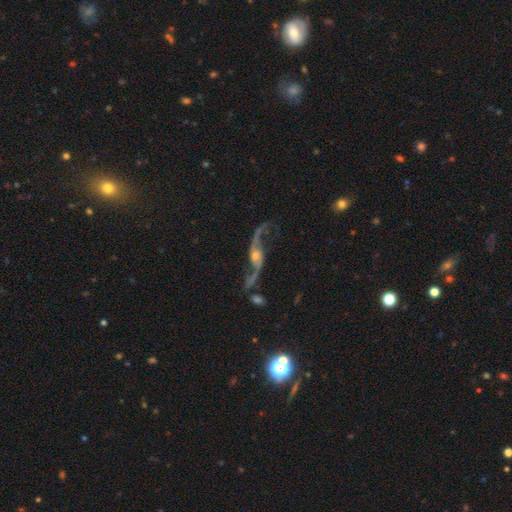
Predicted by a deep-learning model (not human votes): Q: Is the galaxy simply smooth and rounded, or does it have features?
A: featured or disk — 84%.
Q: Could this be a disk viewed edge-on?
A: no — 83%.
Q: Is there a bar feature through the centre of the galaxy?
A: no — 56%.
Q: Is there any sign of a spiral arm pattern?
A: yes — 94%.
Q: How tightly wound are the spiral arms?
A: loose — 89%.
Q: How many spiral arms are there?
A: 2 — 92%.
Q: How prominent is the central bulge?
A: moderate — 50%.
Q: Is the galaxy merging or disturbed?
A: none — 62%.